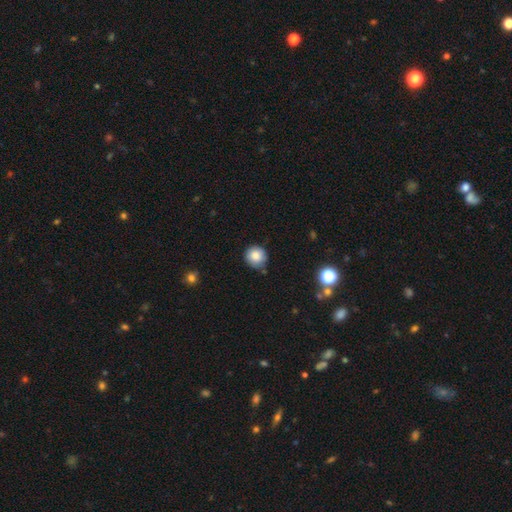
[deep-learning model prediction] This appears to be a smooth galaxy with no disk features (83%) that is round (89%). Merging: none (75%).